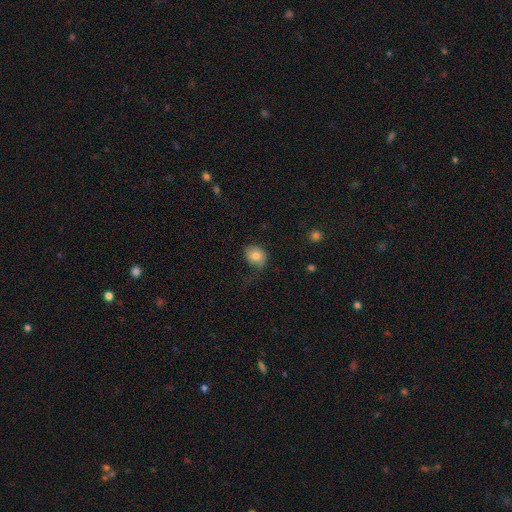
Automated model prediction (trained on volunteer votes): smooth 77%, featured or disk 14%, star or artifact 9%. Down the decision tree: how rounded — round (50%); merging — none (55%).